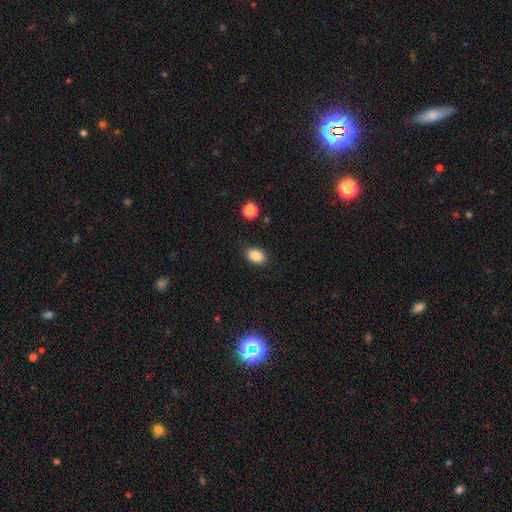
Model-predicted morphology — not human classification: A smooth galaxy with no disk features (88%) that is in between round and cigar-shaped (86%).

Vote fractions:
- Smooth or featured? smooth: 88% / star or artifact: 9% / featured or disk: 4%
- How rounded? in between: 86% / round: 13% / cigar-shaped: 1%
- Merging? none: 87% / minor disturbance: 9% / major disturbance: 2% / merger: 1%